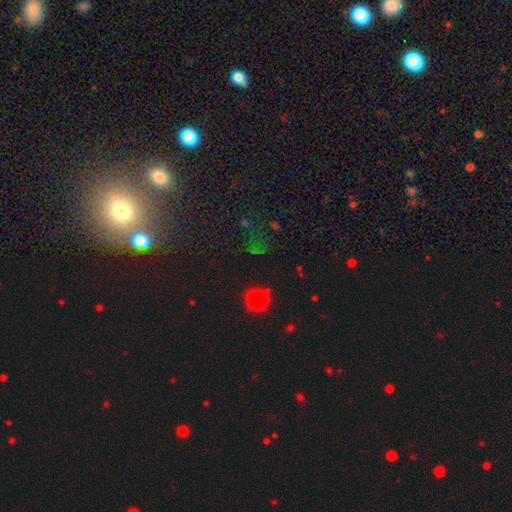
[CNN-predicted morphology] This appears to be a smooth galaxy with no disk features (47%). Merging: none (79%).